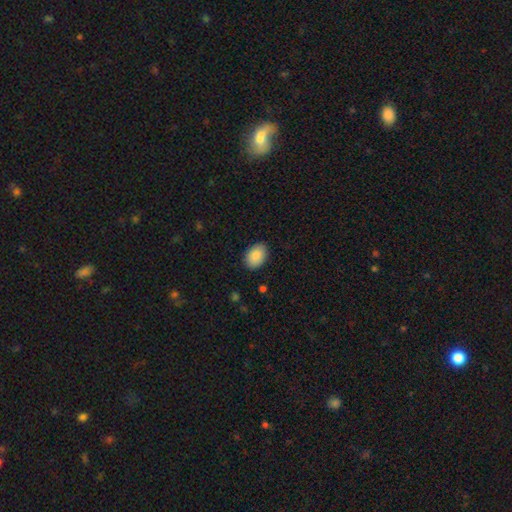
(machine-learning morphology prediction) Smooth or featured?
  - smooth: 87% *
  - star or artifact: 7%
  - featured or disk: 6%
How rounded?
  - in between: 84% *
  - round: 15%
  - cigar-shaped: 1%
Merging?
  - none: 88% *
  - minor disturbance: 9%
  - major disturbance: 2%
  - merger: 1%